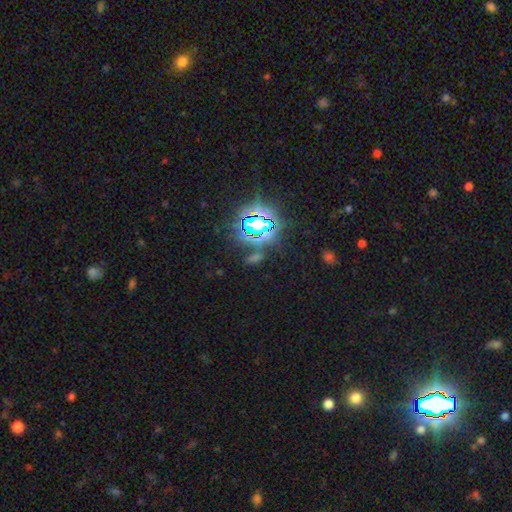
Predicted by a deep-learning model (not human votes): Overall: star or artifact (75%).